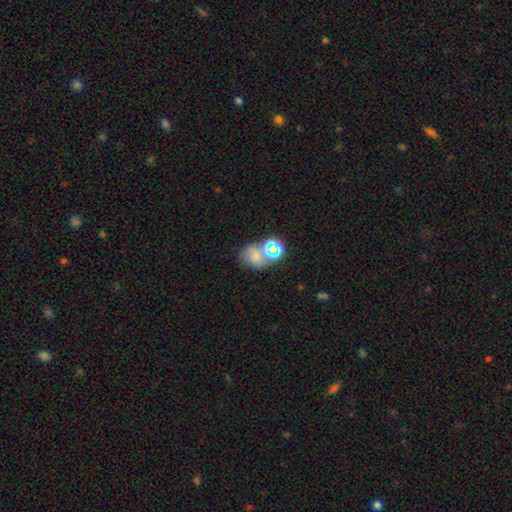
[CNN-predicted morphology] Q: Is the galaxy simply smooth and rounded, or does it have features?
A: smooth — 59%.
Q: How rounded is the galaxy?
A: round — 54%.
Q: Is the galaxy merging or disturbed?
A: none — 44%.